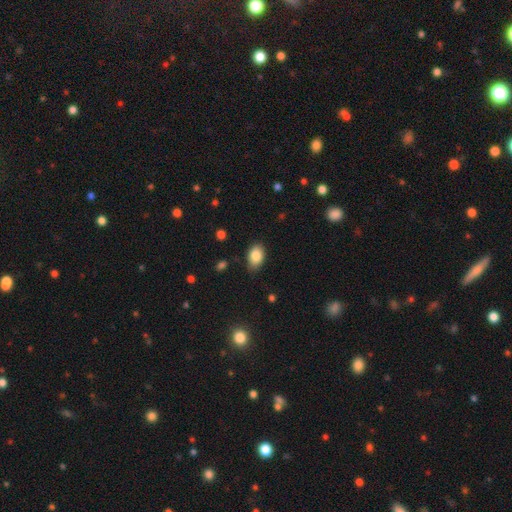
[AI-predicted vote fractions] This is clearly a smooth galaxy (86%). How rounded: clearly in between (87%). Merging: likely none (80%).